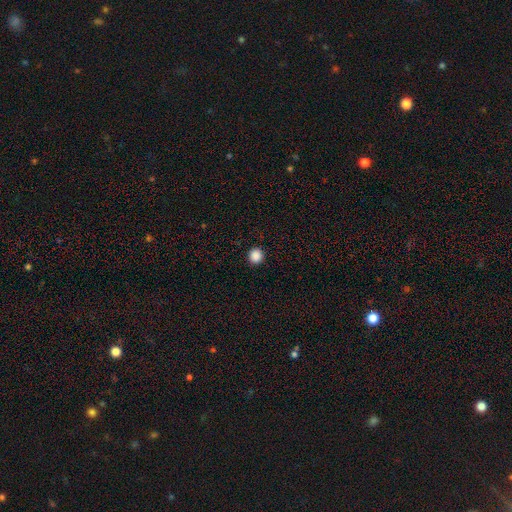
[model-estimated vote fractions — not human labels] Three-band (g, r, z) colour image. It shows a smooth galaxy with no disk features (88%) that is round (94%). Merging: none (93%).